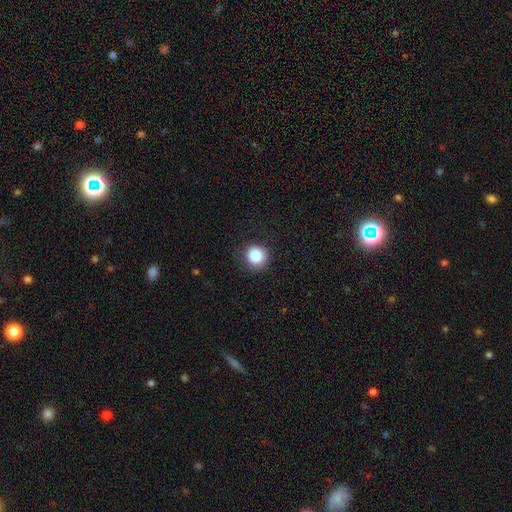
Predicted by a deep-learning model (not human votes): This is clearly a smooth galaxy (87%). How rounded: clearly round (90%). Merging: clearly none (85%).